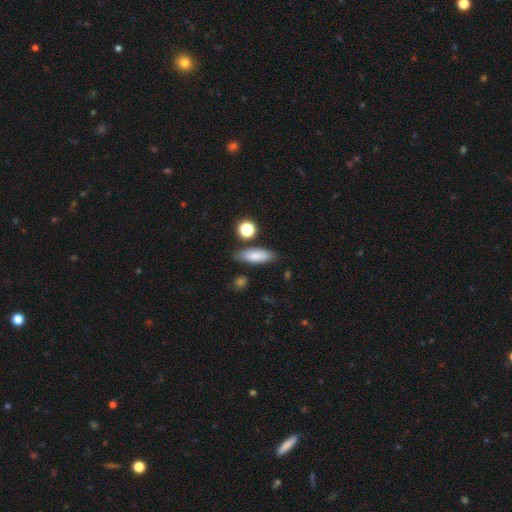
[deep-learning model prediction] Overall: smooth (79%). How rounded: in between (63%; cigar-shaped 33%). Merging: none (78%).